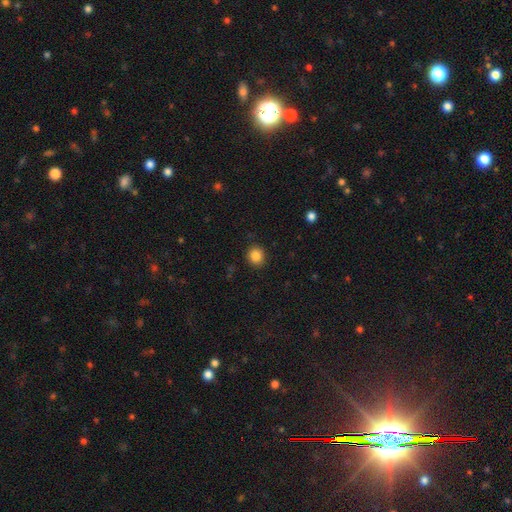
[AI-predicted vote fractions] A smooth galaxy with no disk features (85%) that is round (81%).

Vote fractions:
- Smooth or featured? smooth: 85% / star or artifact: 10% / featured or disk: 4%
- How rounded? round: 81% / in between: 18% / cigar-shaped: 1%
- Merging? none: 90% / minor disturbance: 7% / major disturbance: 2% / merger: 1%